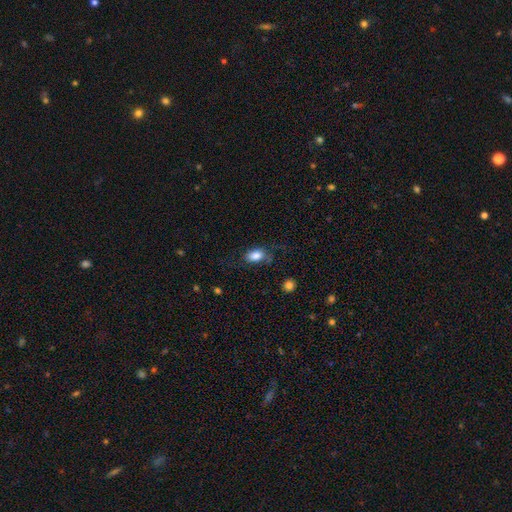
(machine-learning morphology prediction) Q: Smooth or featured?
A: smooth (85%); runner-up: star or artifact (8%)
Q: How rounded?
A: in between (87%); runner-up: round (10%)
Q: Merging?
A: none (66%); runner-up: minor disturbance (22%)